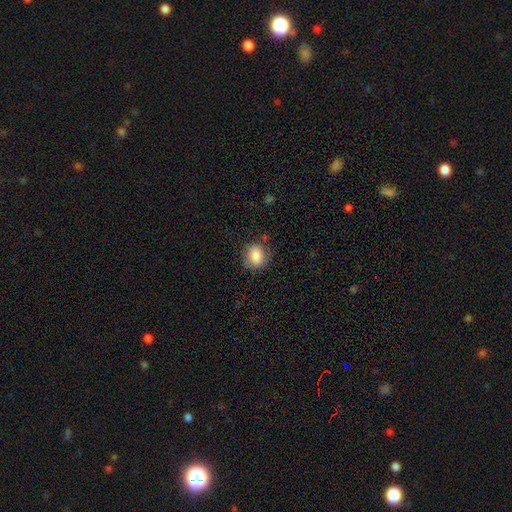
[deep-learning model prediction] This appears to be a smooth galaxy with no disk features (81%) that is round (62%). Merging: none (76%).